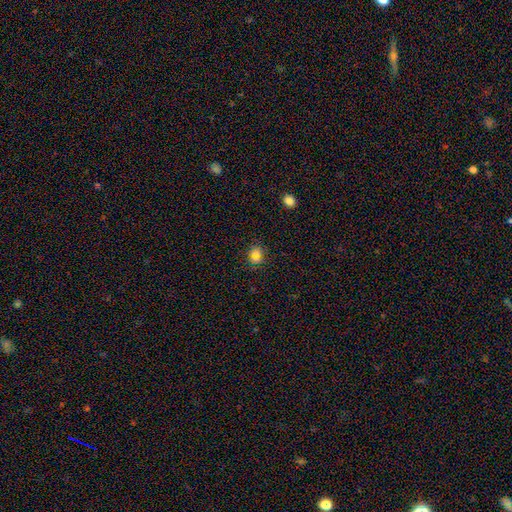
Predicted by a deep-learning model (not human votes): smooth-or-featured: smooth: 62% | star or artifact: 29% | featured or disk: 9%
  how-rounded: round: 81% | in between: 17% | cigar-shaped: 2%
  merging: none: 83% | minor disturbance: 8% | merger: 6% | major disturbance: 3%